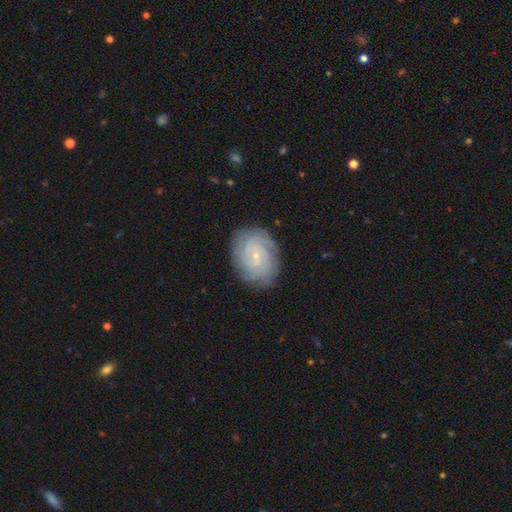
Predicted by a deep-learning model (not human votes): A featured or disk galaxy (79%) with no bar (67%), tight (77%) spiral arms (96%) and a small central bulge (85%). Merging: none (83%).